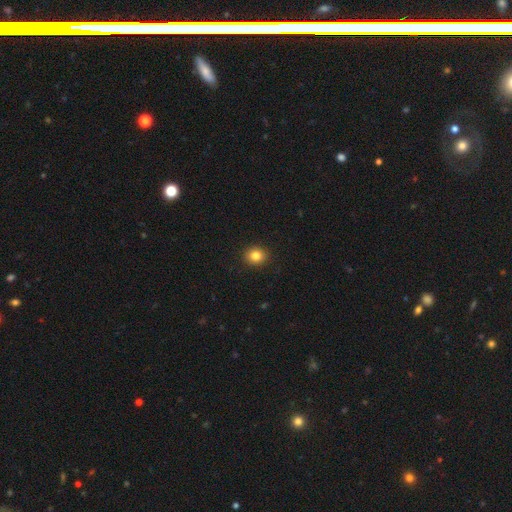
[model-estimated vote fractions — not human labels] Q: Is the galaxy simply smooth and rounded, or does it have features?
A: smooth — 83%.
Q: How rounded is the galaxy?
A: round — 74%.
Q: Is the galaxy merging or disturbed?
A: none — 92%.